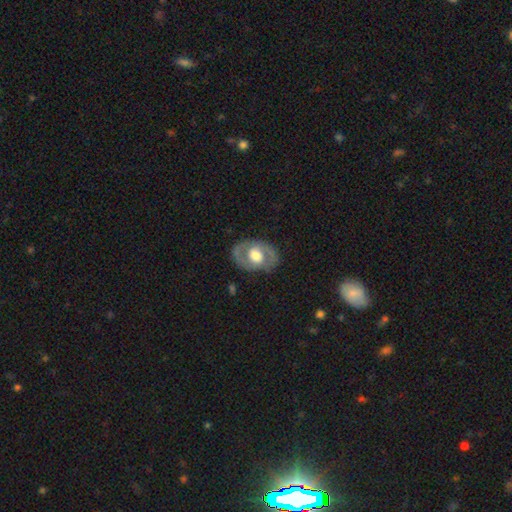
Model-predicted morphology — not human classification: Smooth or featured? featured or disk (61%)
Edge-on disk? no (93%)
Bar? no (72%)
Spiral arms? no (57%)
Bulge size? large (48%)
Merging? none (79%)